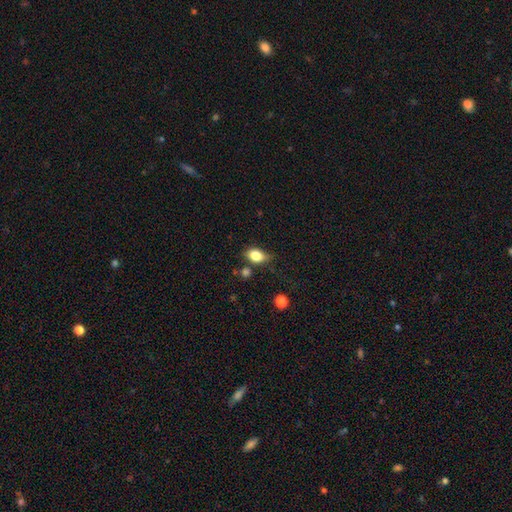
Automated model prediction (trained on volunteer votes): smooth_or_featured: smooth (p=0.80) [alt: featured or disk p=0.11]
how_rounded: in between (p=0.76) [alt: round p=0.22]
merging: none (p=0.62) [alt: minor disturbance p=0.24]